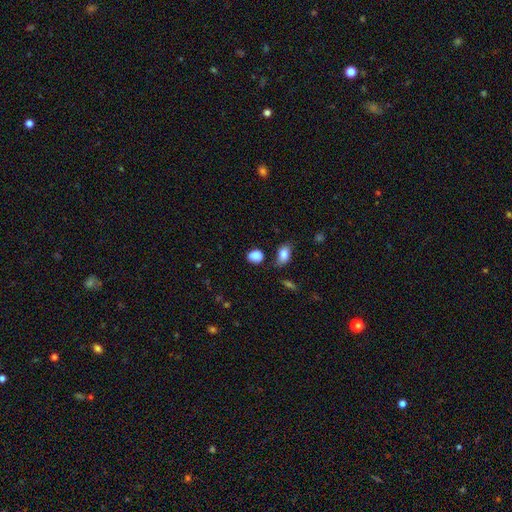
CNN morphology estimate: type=smooth (86%); roundness=in between (53%); merging=none (74%).